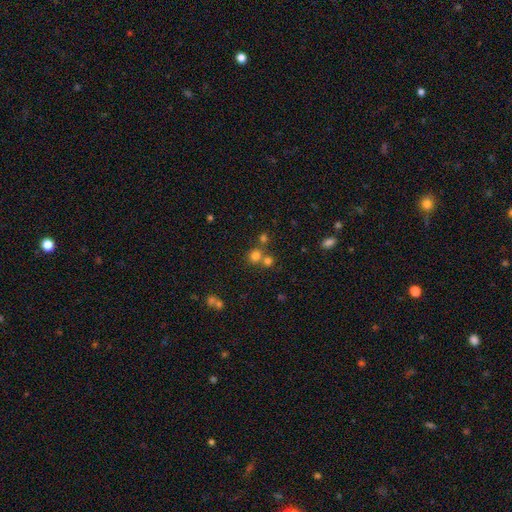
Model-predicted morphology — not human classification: Smooth or featured: smooth — 72% (star or artifact — 19%)
How rounded: round — 79% (in between — 20%)
Merging: none — 56% (merger — 33%)